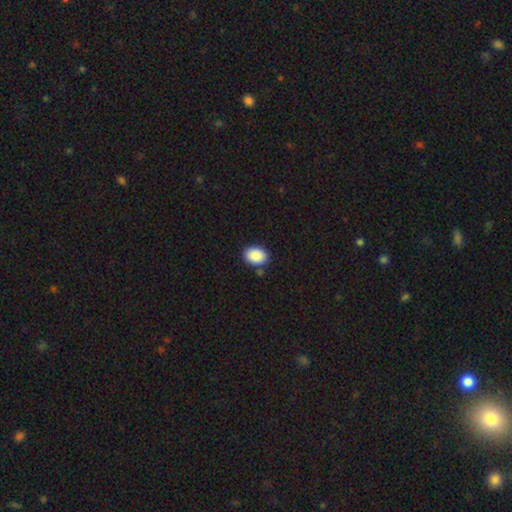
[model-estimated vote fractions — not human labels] Smooth or featured: smooth — 90% (star or artifact — 7%)
How rounded: in between — 79% (round — 20%)
Merging: none — 85% (minor disturbance — 10%)